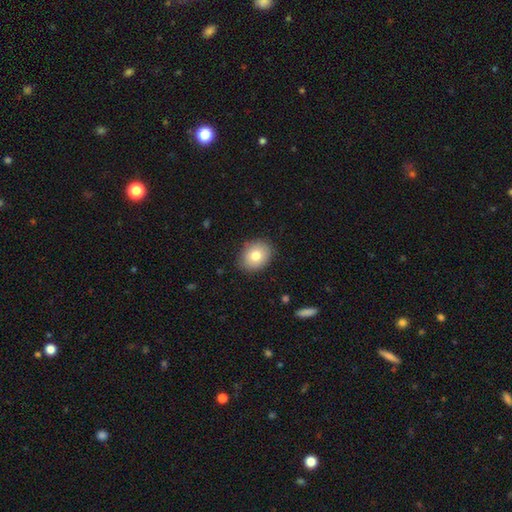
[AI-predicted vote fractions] A smooth galaxy with no disk features (81%) that is in between round and cigar-shaped (50%).

Vote fractions:
- Smooth or featured? smooth: 81% / featured or disk: 11% / star or artifact: 8%
- How rounded? in between: 50% / round: 49% / cigar-shaped: 1%
- Merging? none: 87% / minor disturbance: 10% / major disturbance: 2% / merger: 1%